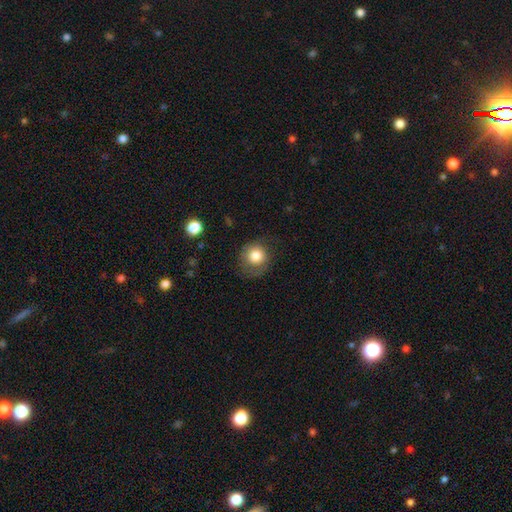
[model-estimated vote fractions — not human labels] smooth_or_featured: smooth (p=0.80) [alt: featured or disk p=0.11]
how_rounded: round (p=0.86) [alt: in between p=0.14]
merging: none (p=0.64) [alt: minor disturbance p=0.22]